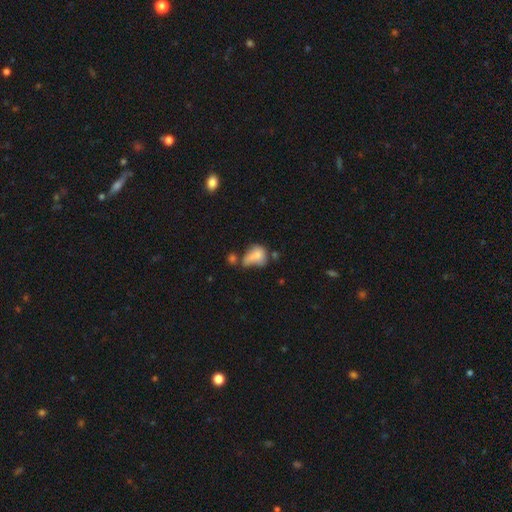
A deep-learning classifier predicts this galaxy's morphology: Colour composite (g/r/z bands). It shows a smooth galaxy with no disk features (70%) that is in between round and cigar-shaped (65%). Merging: merger (28%).